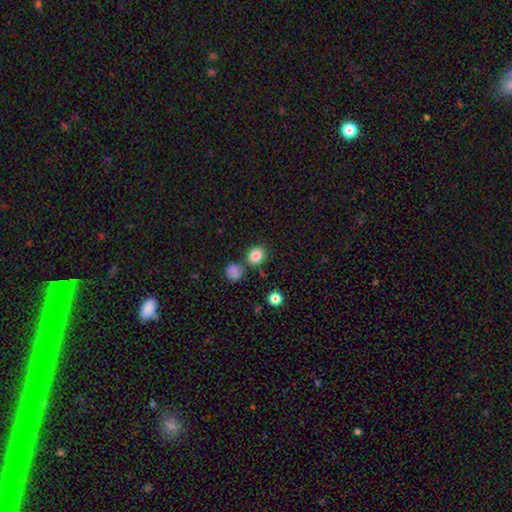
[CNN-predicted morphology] Smooth or featured: smooth — 85% (star or artifact — 11%)
How rounded: round — 73% (in between — 26%)
Merging: none — 76% (minor disturbance — 10%)